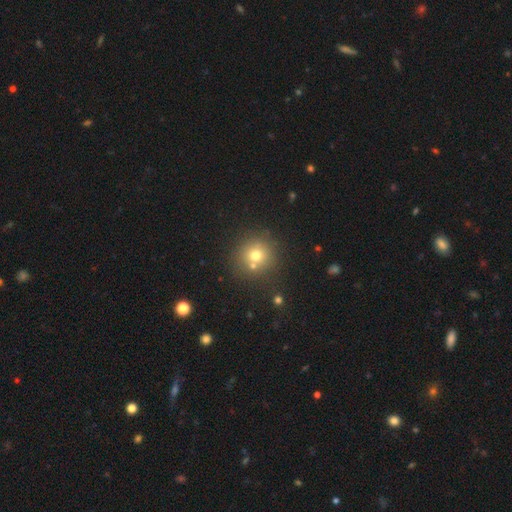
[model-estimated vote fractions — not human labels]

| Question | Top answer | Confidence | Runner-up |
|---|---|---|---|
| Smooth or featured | smooth | 70% | star or artifact (16%) |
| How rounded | round | 92% | in between (7%) |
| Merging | none | 71% | merger (17%) |